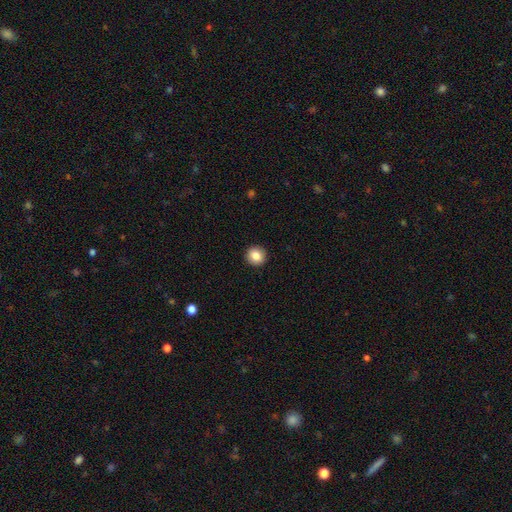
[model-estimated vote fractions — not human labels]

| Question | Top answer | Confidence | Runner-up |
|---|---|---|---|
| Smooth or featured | smooth | 86% | star or artifact (9%) |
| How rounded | round | 93% | in between (6%) |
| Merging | none | 93% | minor disturbance (4%) |